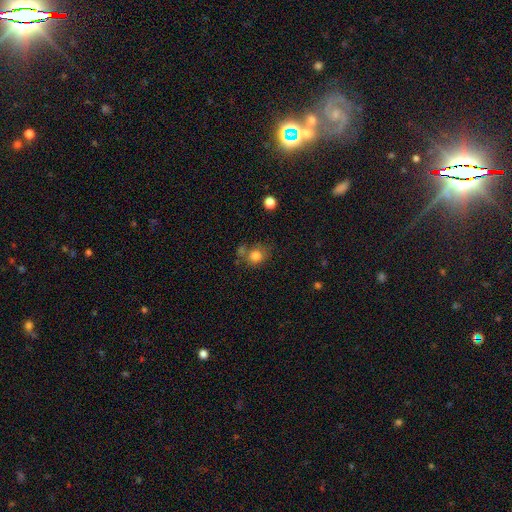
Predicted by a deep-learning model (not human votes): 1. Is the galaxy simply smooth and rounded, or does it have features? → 80% smooth, 11% star or artifact, 9% featured or disk.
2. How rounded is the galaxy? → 73% round, 26% in between, 1% cigar-shaped.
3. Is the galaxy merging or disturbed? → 58% none, 18% minor disturbance, 16% merger, 8% major disturbance.